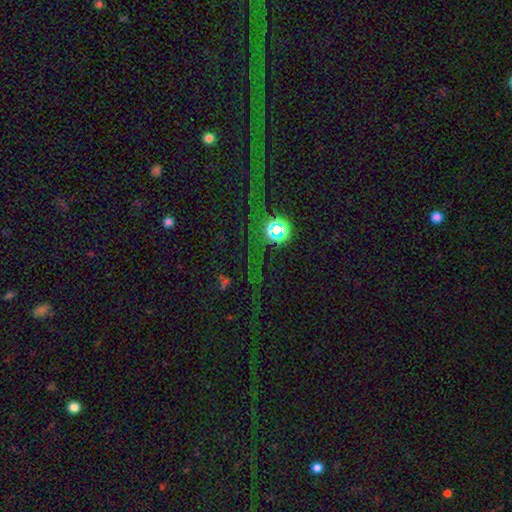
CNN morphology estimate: The model was most divided on "smooth or featured": star or artifact: 81%, smooth: 10%, featured or disk: 9%.